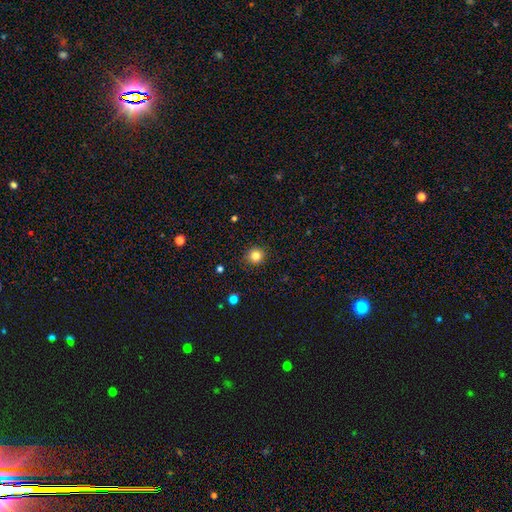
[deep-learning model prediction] A smooth galaxy with no disk features (83%) that is round (91%).

Vote fractions:
- Smooth or featured? smooth: 83% / star or artifact: 12% / featured or disk: 5%
- How rounded? round: 91% / in between: 8% / cigar-shaped: 1%
- Merging? none: 90% / minor disturbance: 7% / major disturbance: 2% / merger: 1%